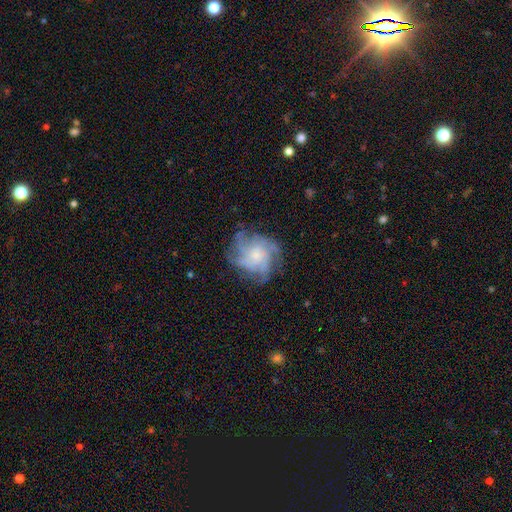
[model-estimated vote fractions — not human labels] smooth_or_featured: featured or disk (p=0.73) [alt: smooth p=0.18]
disk_edge_on: no (p=0.98) [alt: yes p=0.02]
bar: no (p=0.77) [alt: weak p=0.20]
has_spiral_arms: yes (p=0.91) [alt: no p=0.09]
spiral_winding: medium (p=0.43) [alt: tight p=0.38]
spiral_arm_count: 4 (p=0.33) [alt: can't tell p=0.23]
bulge_size: small (p=0.42) [alt: moderate p=0.39]
merging: none (p=0.67) [alt: minor disturbance p=0.19]